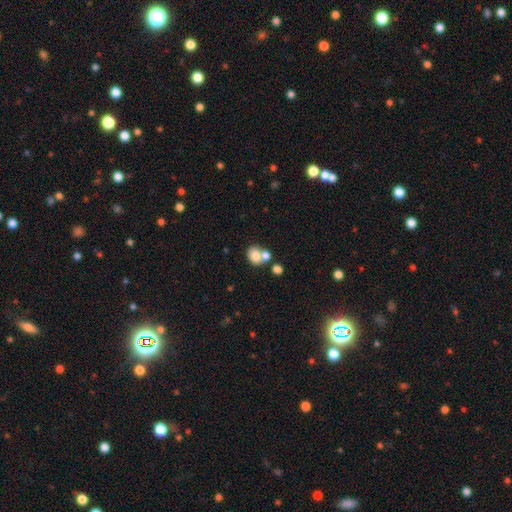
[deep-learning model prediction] This is likely a smooth galaxy (79%). How rounded: possibly round (56%). Merging: marginally merger (44%).